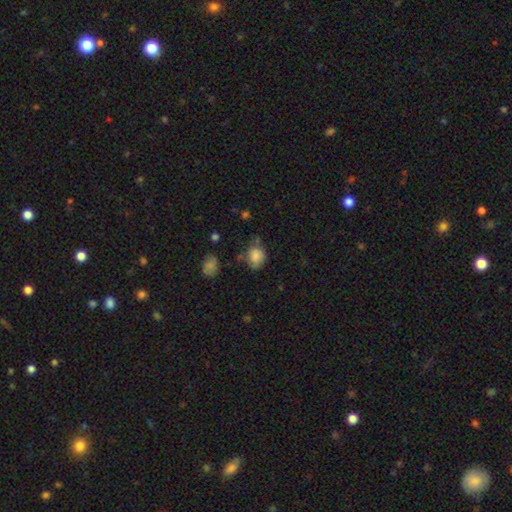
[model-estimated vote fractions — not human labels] Smooth or featured? smooth (81%)
How rounded? in between (54%)
Merging? none (55%)